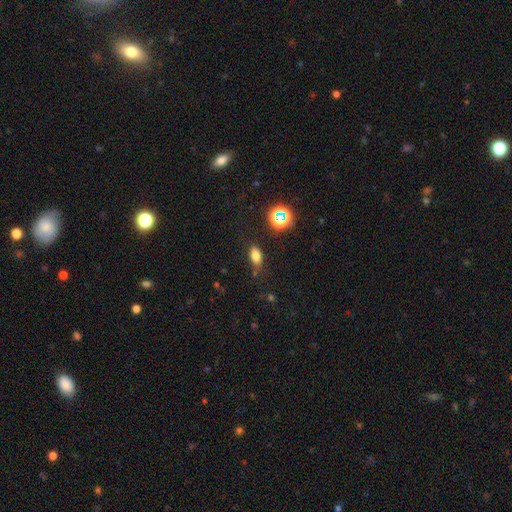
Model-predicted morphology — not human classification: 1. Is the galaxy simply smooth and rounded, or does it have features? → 73% smooth, 17% star or artifact, 10% featured or disk.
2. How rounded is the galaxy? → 83% in between, 10% round, 7% cigar-shaped.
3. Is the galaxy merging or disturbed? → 77% none, 15% minor disturbance, 4% major disturbance, 3% merger.